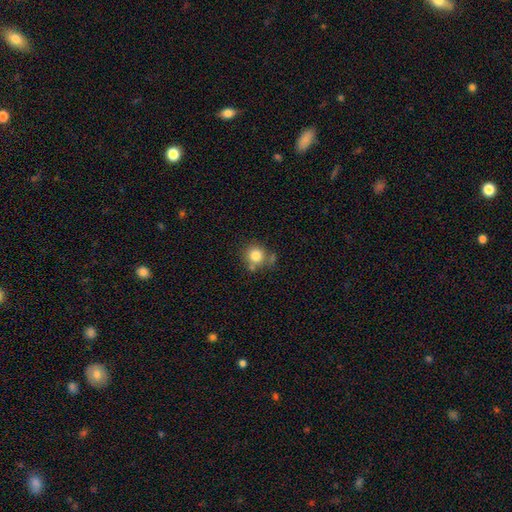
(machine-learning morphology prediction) smooth_or_featured: smooth (p=0.81) [alt: star or artifact p=0.10]
how_rounded: round (p=0.89) [alt: in between p=0.10]
merging: none (p=0.63) [alt: minor disturbance p=0.17]